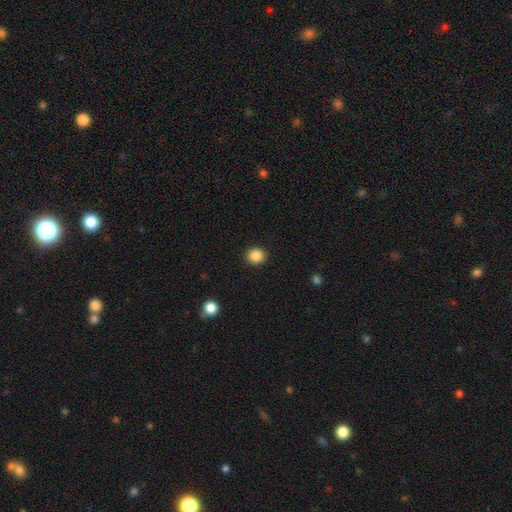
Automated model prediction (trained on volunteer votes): Smooth or featured?
  - smooth: 87% *
  - star or artifact: 10%
  - featured or disk: 3%
How rounded?
  - round: 83% *
  - in between: 16%
  - cigar-shaped: 1%
Merging?
  - none: 92% *
  - minor disturbance: 6%
  - major disturbance: 2%
  - merger: 1%